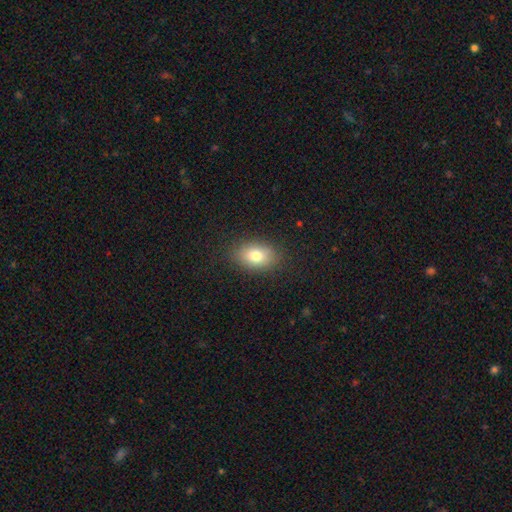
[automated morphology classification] Smooth or featured?
  - smooth: 79% *
  - featured or disk: 11%
  - star or artifact: 10%
How rounded?
  - in between: 81% *
  - round: 17%
  - cigar-shaped: 2%
Merging?
  - none: 86% *
  - minor disturbance: 10%
  - major disturbance: 3%
  - merger: 1%